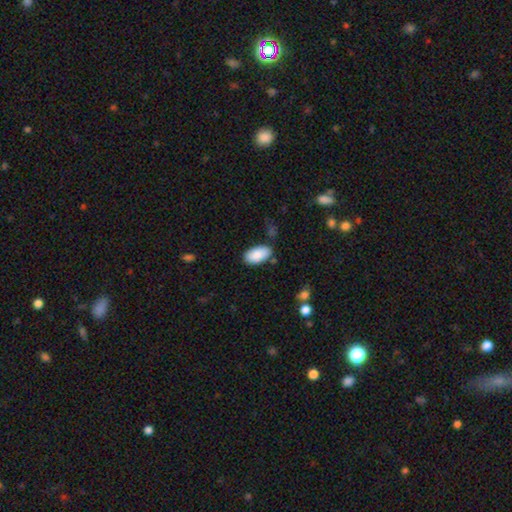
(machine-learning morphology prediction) The model was most divided on "merging": none: 77%, minor disturbance: 15%, merger: 4%, major disturbance: 3%. More confident: how rounded — in between (95%); smooth or featured — smooth (88%).